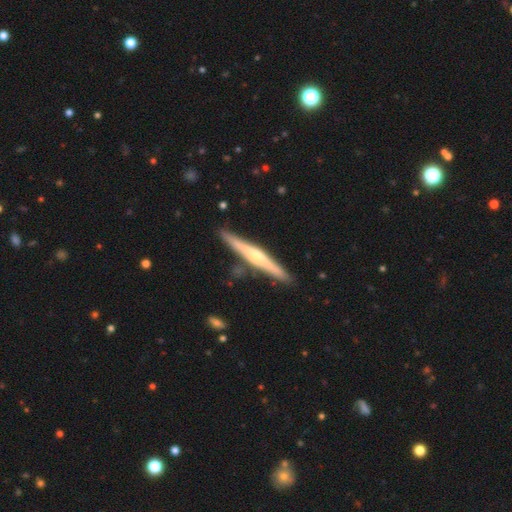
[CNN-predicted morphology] A featured or disk galaxy (70%) viewed edge-on (97%) with a rounded central bulge (78%). Merging: none (88%).